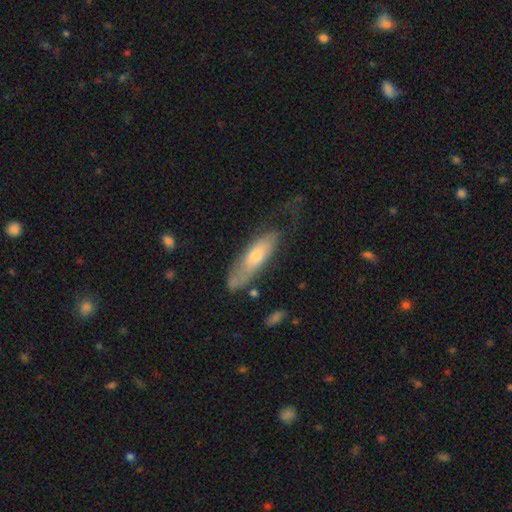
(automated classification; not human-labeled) Q: Smooth or featured?
A: smooth (56%); runner-up: featured or disk (37%)
Q: How rounded?
A: cigar-shaped (53%); runner-up: in between (45%)
Q: Merging?
A: none (47%); runner-up: minor disturbance (29%)